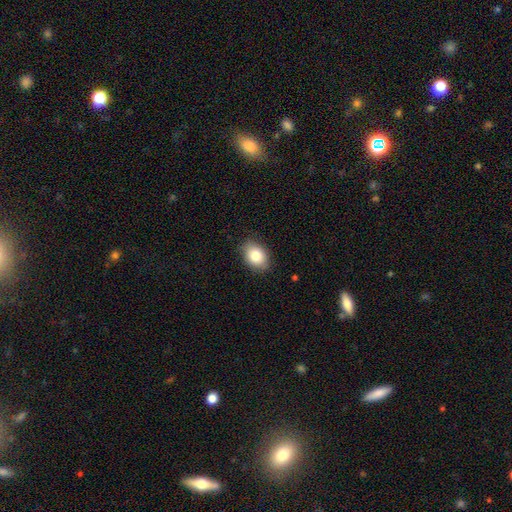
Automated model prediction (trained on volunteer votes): Smooth or featured: smooth — 83% (featured or disk — 9%)
How rounded: in between — 76% (round — 23%)
Merging: none — 86% (minor disturbance — 11%)